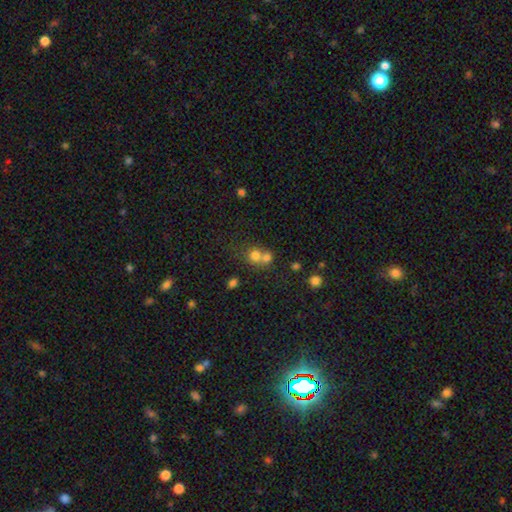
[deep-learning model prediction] Q: Smooth or featured?
A: smooth (73%); runner-up: star or artifact (14%)
Q: How rounded?
A: round (80%); runner-up: in between (19%)
Q: Merging?
A: merger (57%); runner-up: none (35%)